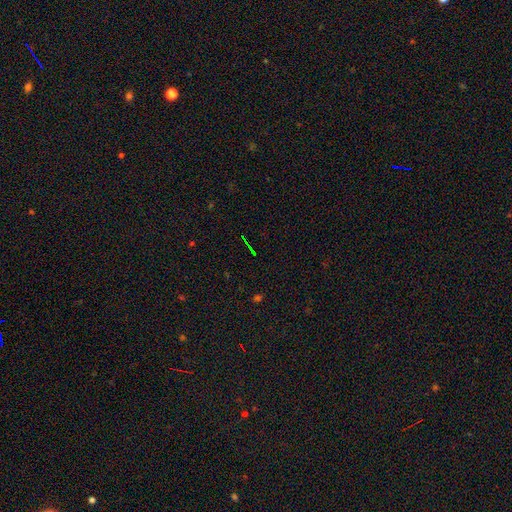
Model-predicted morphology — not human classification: This is likely a star or artifact rather than a galaxy (70%).